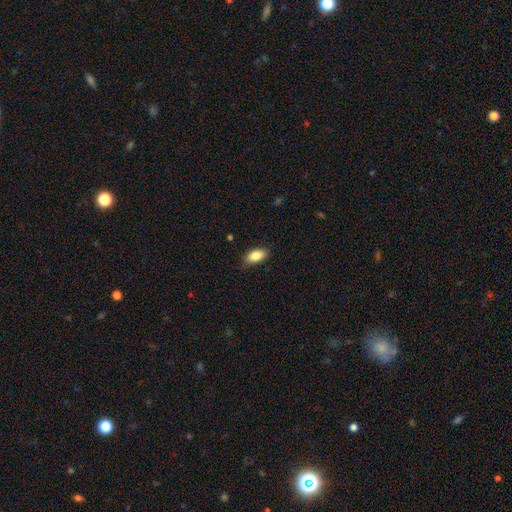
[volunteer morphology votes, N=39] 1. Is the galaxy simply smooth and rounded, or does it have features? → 85% smooth, 13% featured or disk, 3% star or artifact.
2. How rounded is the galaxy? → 91% in between, 6% cigar-shaped, 3% round.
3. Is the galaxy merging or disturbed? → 89% none, 8% minor disturbance, 3% merger, 0% major disturbance.